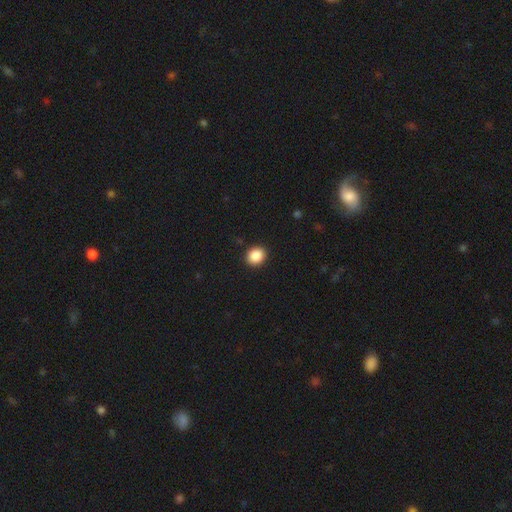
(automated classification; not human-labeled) Smooth or featured? smooth (88%)
How rounded? round (71%)
Merging? none (91%)